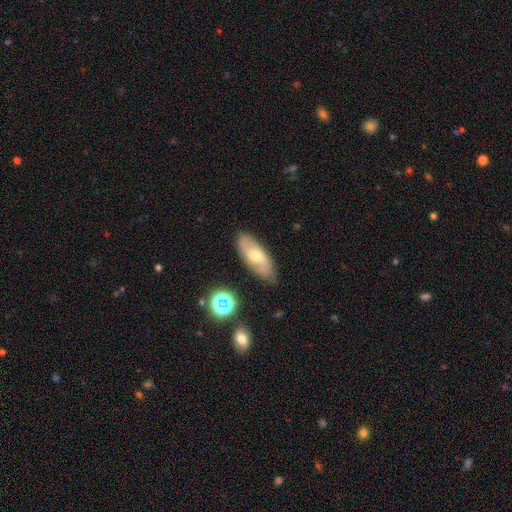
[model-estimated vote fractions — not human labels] Morphology: type=featured or disk (54%); edge-on=no (85%); merging=none (80%).